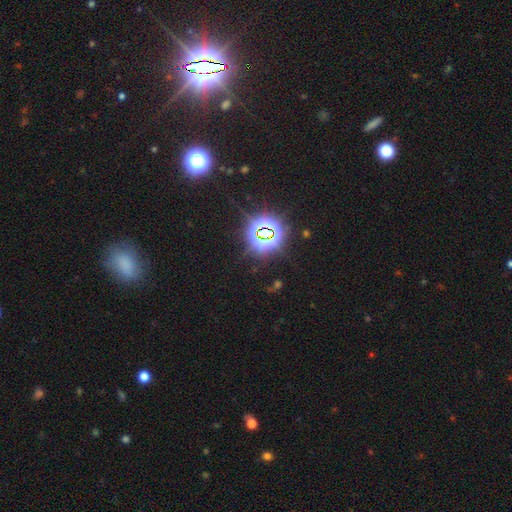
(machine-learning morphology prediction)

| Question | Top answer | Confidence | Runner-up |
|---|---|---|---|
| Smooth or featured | star or artifact | 79% | smooth (14%) |